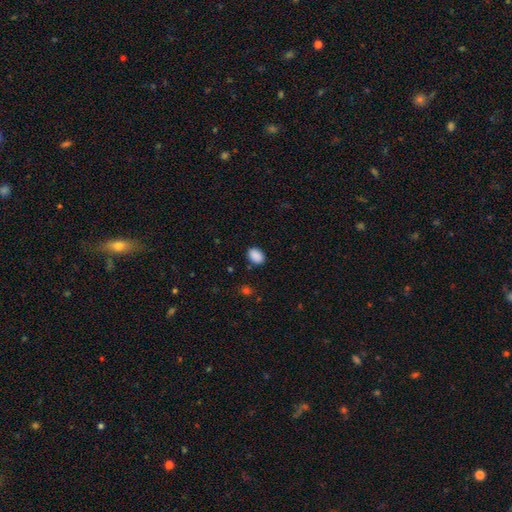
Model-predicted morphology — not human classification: This appears to be a smooth galaxy with no disk features (89%) that is in between round and cigar-shaped (81%). Merging: none (85%).